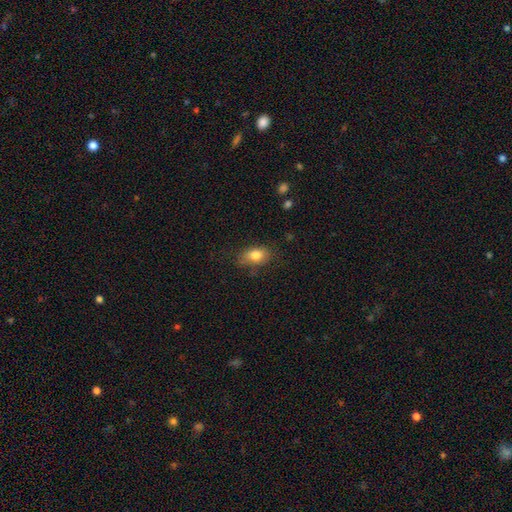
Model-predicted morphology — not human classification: smooth_or_featured: smooth (p=0.81) [alt: featured or disk p=0.11]
how_rounded: in between (p=0.84) [alt: round p=0.13]
merging: none (p=0.73) [alt: minor disturbance p=0.21]